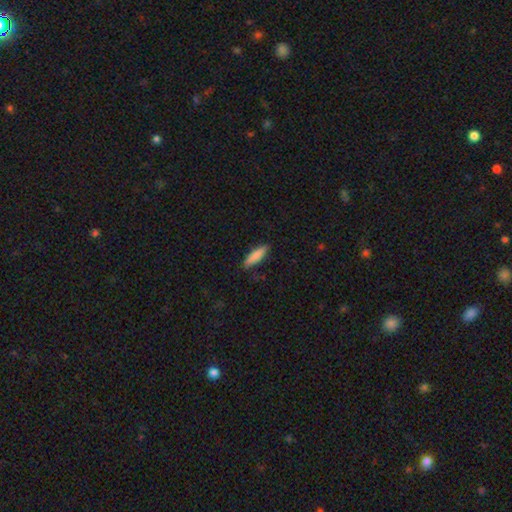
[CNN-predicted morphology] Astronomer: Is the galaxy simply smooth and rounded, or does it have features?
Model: smooth — 85%.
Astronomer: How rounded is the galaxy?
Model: cigar-shaped — 67%.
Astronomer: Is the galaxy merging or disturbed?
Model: none — 85%.